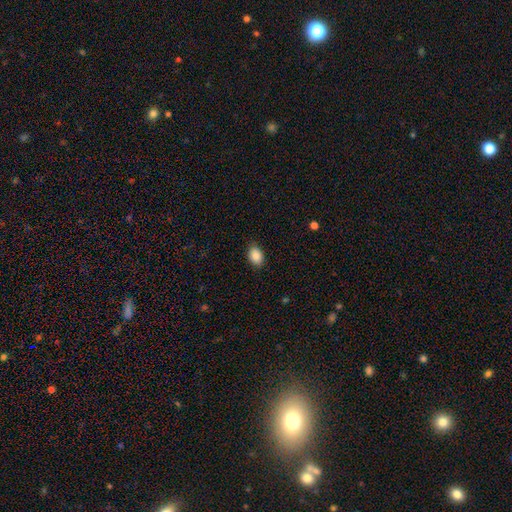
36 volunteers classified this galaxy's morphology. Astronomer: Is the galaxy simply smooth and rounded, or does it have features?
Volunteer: smooth — 92%.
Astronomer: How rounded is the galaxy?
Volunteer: in between — 82%.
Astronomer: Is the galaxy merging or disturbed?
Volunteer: none — 91%.